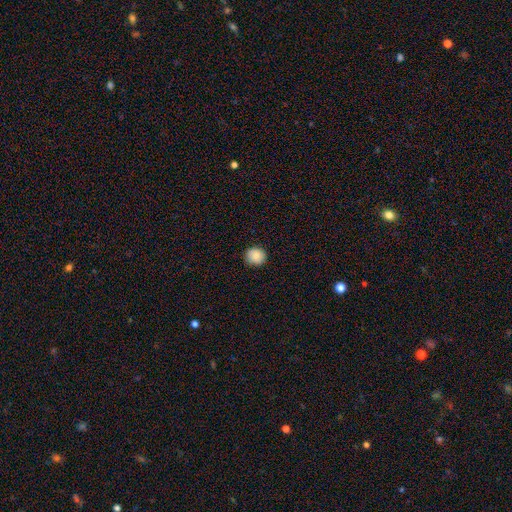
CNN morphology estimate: type=smooth (87%); roundness=round (85%); merging=none (88%).